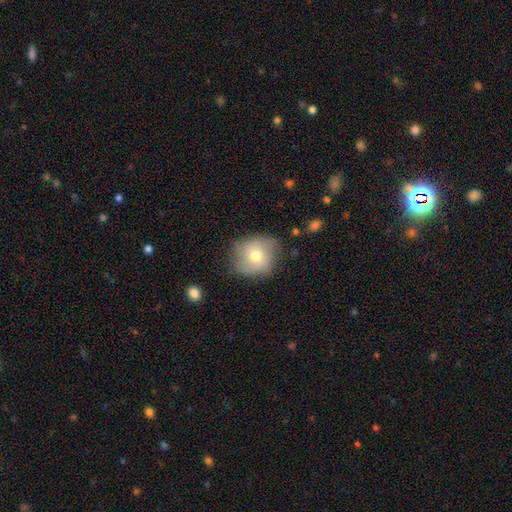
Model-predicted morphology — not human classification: Smooth or featured? smooth (61%)
How rounded? round (77%)
Merging? none (68%)